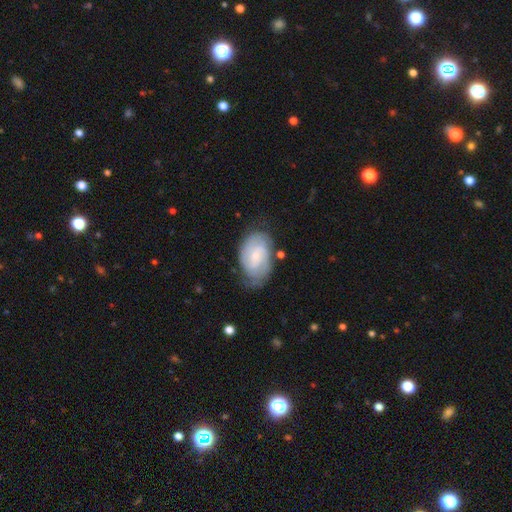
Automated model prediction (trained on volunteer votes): featured or disk 76%, smooth 18%, star or artifact 6%. Down the decision tree: edge-on disk — no (97%); bar — no (50%); spiral arms — yes (94%); spiral arm count — 2 (40%); spiral winding — tight (59%); bulge size — small (68%); merging — none (66%).